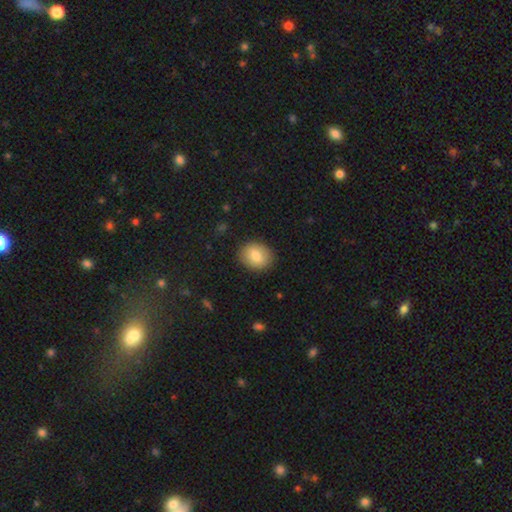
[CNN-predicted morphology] Smooth or featured?
  - smooth: 81% *
  - featured or disk: 11%
  - star or artifact: 8%
How rounded?
  - round: 53% *
  - in between: 46%
  - cigar-shaped: 1%
Merging?
  - none: 88% *
  - minor disturbance: 9%
  - major disturbance: 2%
  - merger: 1%